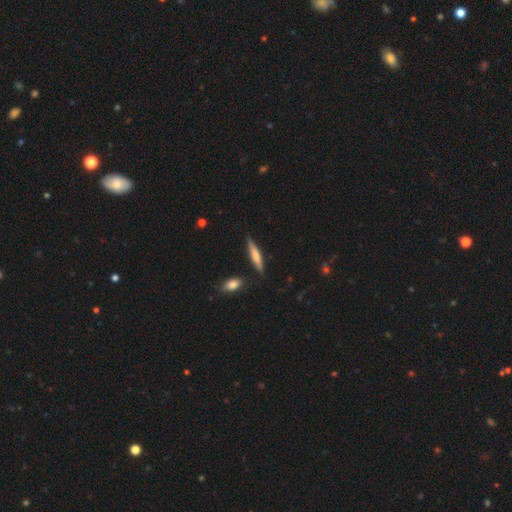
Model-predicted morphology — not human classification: smooth-or-featured: smooth: 57% | featured or disk: 37% | star or artifact: 6%
  how-rounded: cigar-shaped: 87% | in between: 11% | round: 2%
  merging: none: 82% | minor disturbance: 13% | merger: 3% | major disturbance: 2%